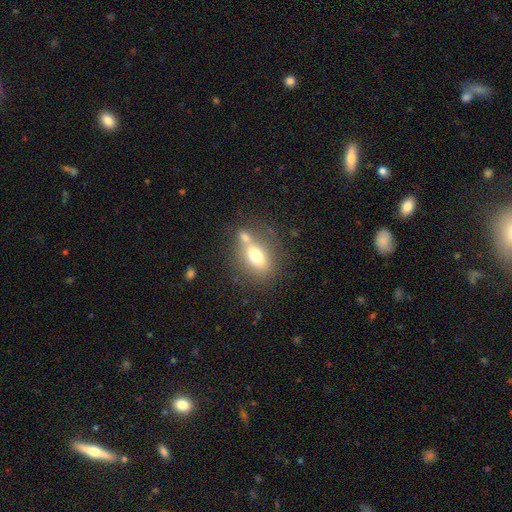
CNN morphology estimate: Smooth or featured?
  - smooth: 69% *
  - featured or disk: 22%
  - star or artifact: 9%
How rounded?
  - in between: 76% *
  - round: 18%
  - cigar-shaped: 6%
Merging?
  - none: 48% *
  - merger: 32%
  - minor disturbance: 14%
  - major disturbance: 7%